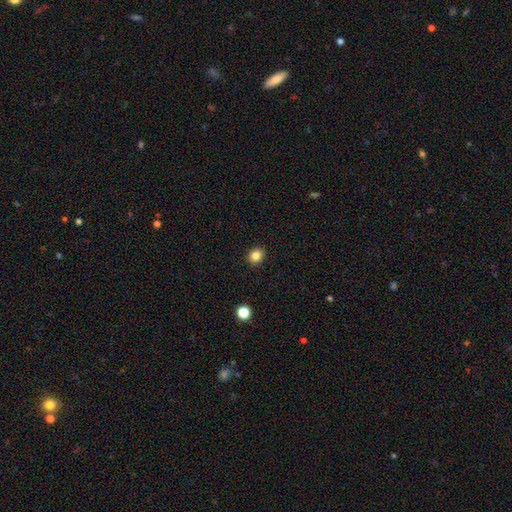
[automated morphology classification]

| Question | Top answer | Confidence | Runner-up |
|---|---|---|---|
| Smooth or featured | smooth | 83% | star or artifact (11%) |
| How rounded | round | 73% | in between (26%) |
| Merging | none | 92% | minor disturbance (6%) |